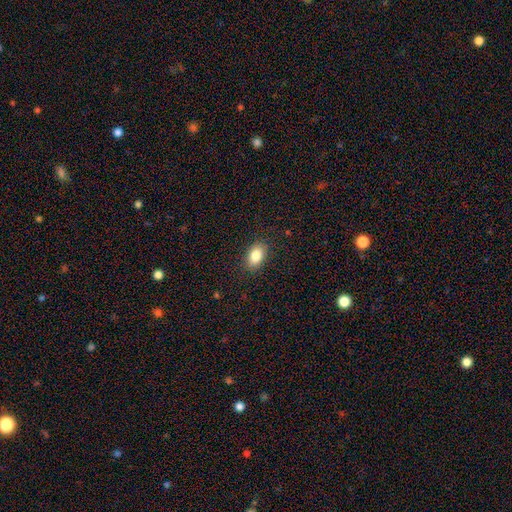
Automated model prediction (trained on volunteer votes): A smooth galaxy with no disk features (84%) that is in between round and cigar-shaped (86%). Merging: none (87%).